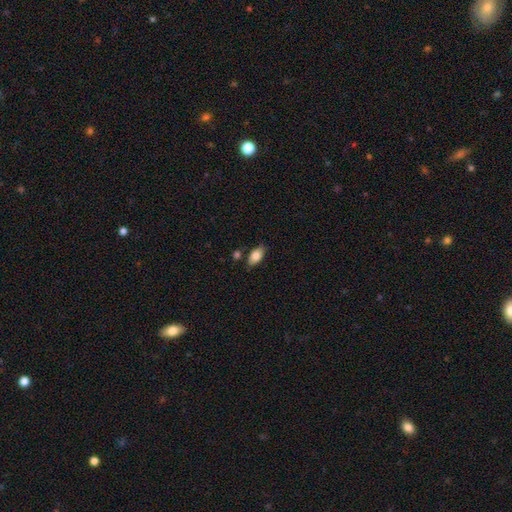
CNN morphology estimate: smooth 82%, featured or disk 11%, star or artifact 7%. Down the decision tree: how rounded — in between (91%); merging — none (77%).